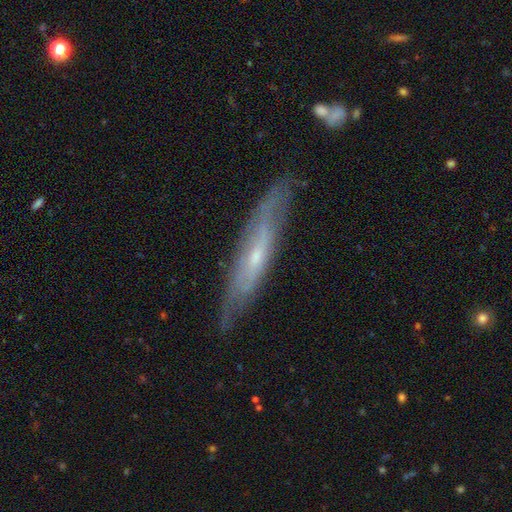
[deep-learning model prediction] The model was most divided on "edge-on disk": yes: 64%, no: 36%. More confident: merging — none (76%); smooth or featured — featured or disk (68%).